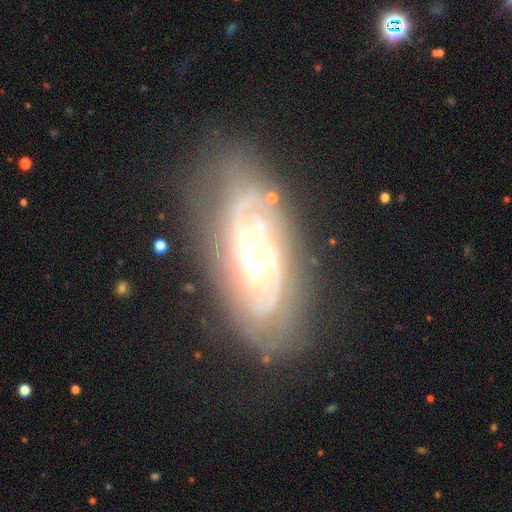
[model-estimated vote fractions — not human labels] Morphology: type=featured or disk (86%); edge-on=no (92%); bar=no (59%); spiral arms=yes (96%); winding=tight (64%); arm count=2 (39%); bulge=moderate (59%); merging=none (75%).